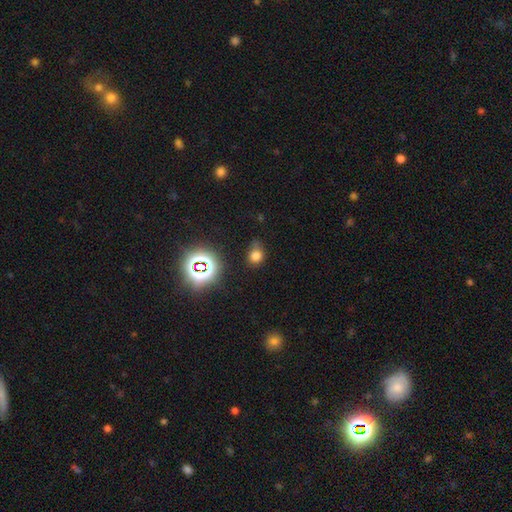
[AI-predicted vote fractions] Smooth or featured?
  - smooth: 70% *
  - star or artifact: 23%
  - featured or disk: 7%
How rounded?
  - round: 68% *
  - in between: 31%
  - cigar-shaped: 1%
Merging?
  - none: 58% *
  - minor disturbance: 27%
  - major disturbance: 9%
  - merger: 5%